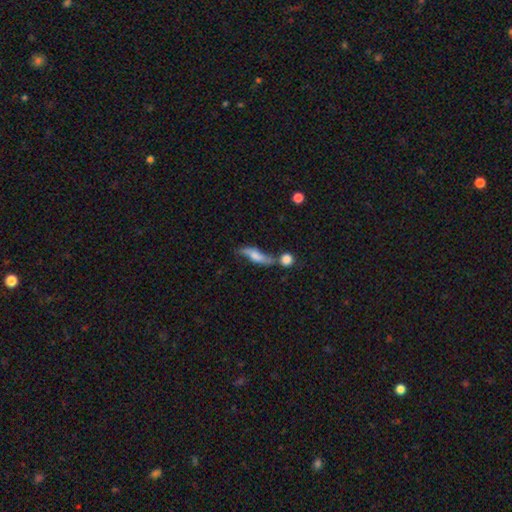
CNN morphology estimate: Smooth or featured?
  - smooth: 51% *
  - featured or disk: 41%
  - star or artifact: 8%
How rounded?
  - cigar-shaped: 59% *
  - in between: 36%
  - round: 5%
Merging?
  - none: 43% *
  - merger: 28%
  - minor disturbance: 20%
  - major disturbance: 10%